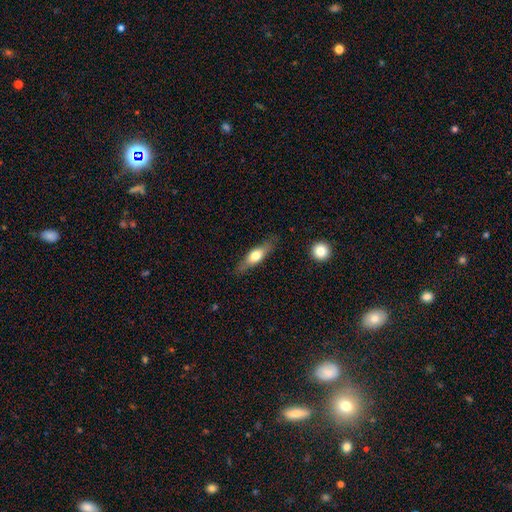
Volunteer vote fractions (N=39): smooth-or-featured: smooth: 62% | featured or disk: 33% | star or artifact: 5%
  how-rounded: cigar-shaped: 62% | in between: 33% | round: 4%
  merging: none: 76% | minor disturbance: 22% | major disturbance: 3% | merger: 0%